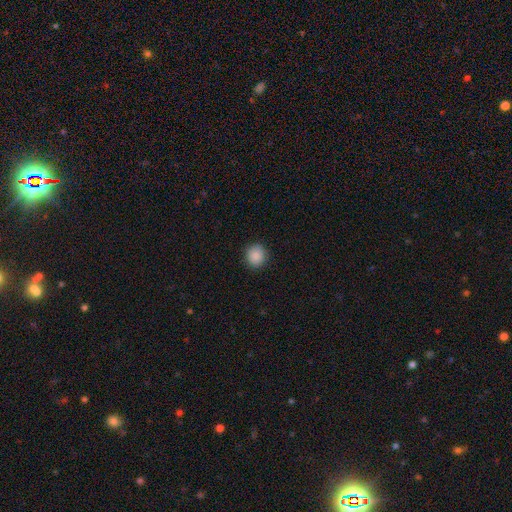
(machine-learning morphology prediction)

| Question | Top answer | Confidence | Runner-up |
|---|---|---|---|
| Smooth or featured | smooth | 89% | star or artifact (9%) |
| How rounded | round | 89% | in between (10%) |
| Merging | none | 91% | minor disturbance (7%) |